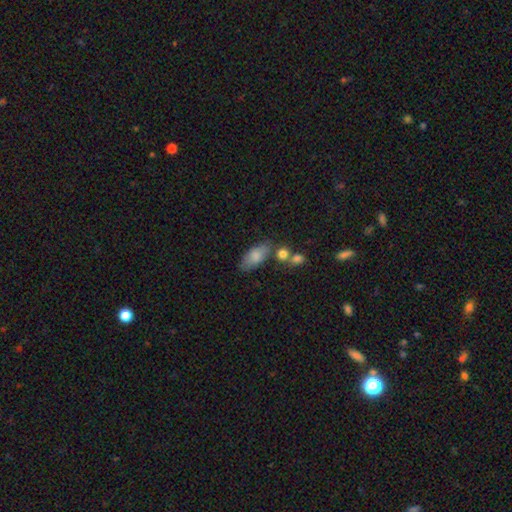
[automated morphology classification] Smooth or featured? Predicted: smooth (p=0.80). How rounded? Predicted: in between (p=0.86). Merging? Predicted: none (p=0.60).